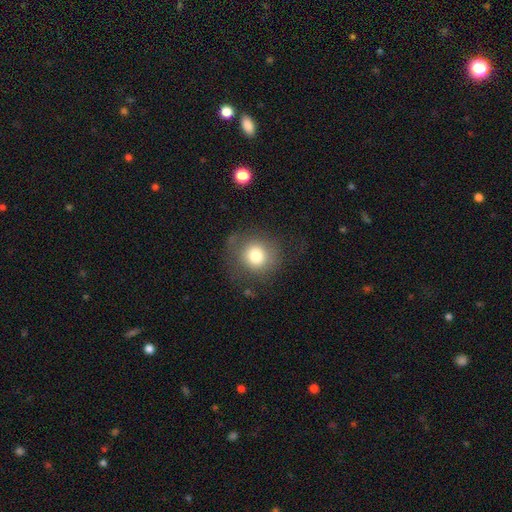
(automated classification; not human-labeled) Smooth or featured? smooth (76%)
How rounded? round (88%)
Merging? none (70%)